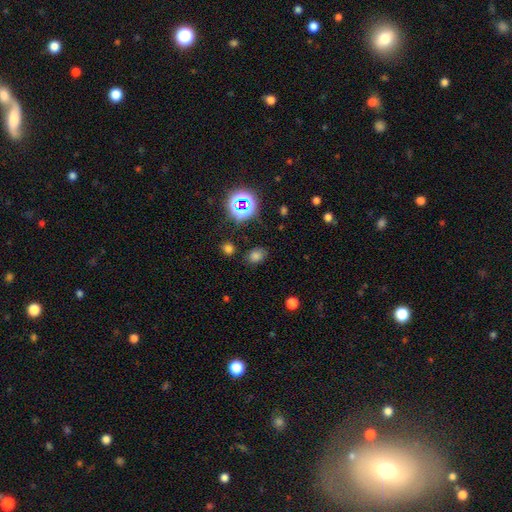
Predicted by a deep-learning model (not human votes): This is likely a smooth galaxy (67%). How rounded: likely in between (62%). Merging: clearly none (82%).